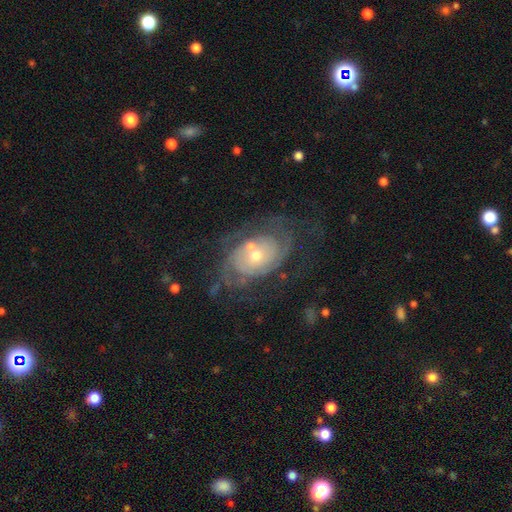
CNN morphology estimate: Smooth or featured? Predicted: featured or disk (p=0.77). Edge-on disk? Predicted: no (p=0.96). Bar? Predicted: no (p=0.82). Spiral arms? Predicted: yes (p=0.80). Spiral winding? Predicted: tight (p=0.61). Spiral arm count? Predicted: can't tell (p=0.46). Bulge size? Predicted: small (p=0.52). Merging? Predicted: none (p=0.56).